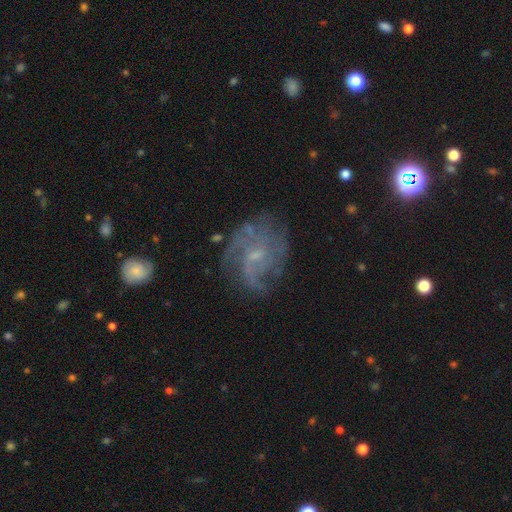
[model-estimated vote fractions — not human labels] Q: Smooth or featured?
A: featured or disk (77%); runner-up: smooth (13%)
Q: Edge-on disk?
A: no (97%); runner-up: yes (3%)
Q: Bar?
A: no (55%); runner-up: weak (39%)
Q: Spiral arms?
A: yes (86%); runner-up: no (14%)
Q: Spiral winding?
A: medium (43%); runner-up: tight (32%)
Q: Spiral arm count?
A: can't tell (39%); runner-up: 3 (20%)
Q: Bulge size?
A: small (66%); runner-up: moderate (19%)
Q: Merging?
A: none (63%); runner-up: minor disturbance (20%)